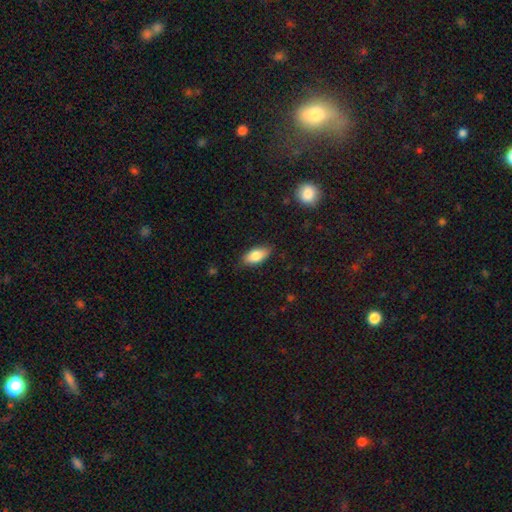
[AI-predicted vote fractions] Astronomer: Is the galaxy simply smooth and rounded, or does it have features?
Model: smooth — 82%.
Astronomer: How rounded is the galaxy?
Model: in between — 88%.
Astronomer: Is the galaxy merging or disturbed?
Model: none — 82%.